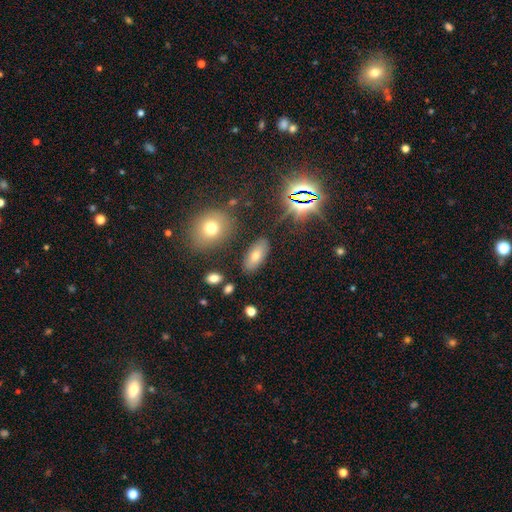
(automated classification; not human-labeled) Morphology: type=smooth (56%); roundness=in between (83%); merging=none (85%).